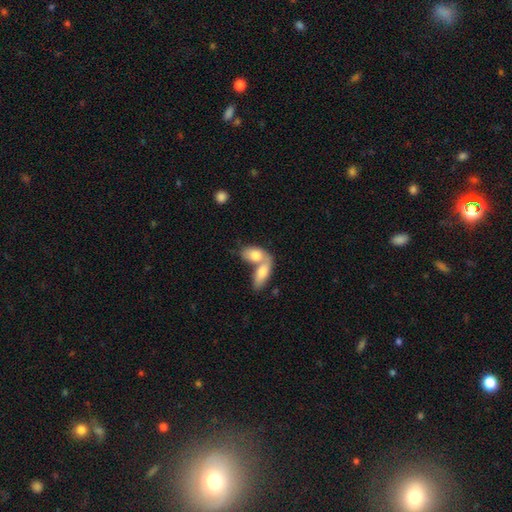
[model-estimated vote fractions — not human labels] The model was most divided on "merging": merger: 72%, none: 18%, minor disturbance: 6%, major disturbance: 3%. More confident: how rounded — in between (87%); smooth or featured — smooth (76%).